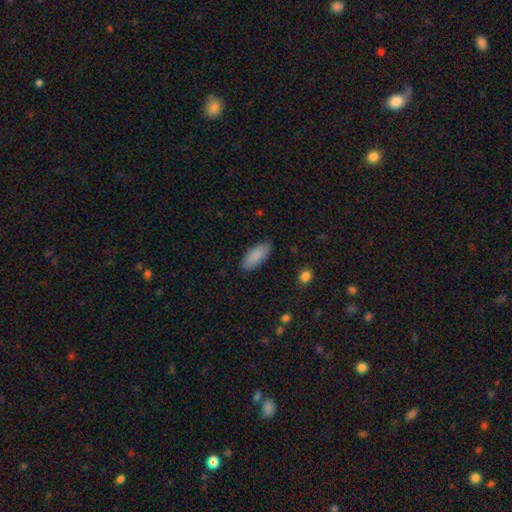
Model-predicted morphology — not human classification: smooth-or-featured: smooth: 88% | featured or disk: 6% | star or artifact: 6%
  how-rounded: in between: 79% | cigar-shaped: 19% | round: 2%
  merging: none: 86% | minor disturbance: 11% | major disturbance: 2% | merger: 1%